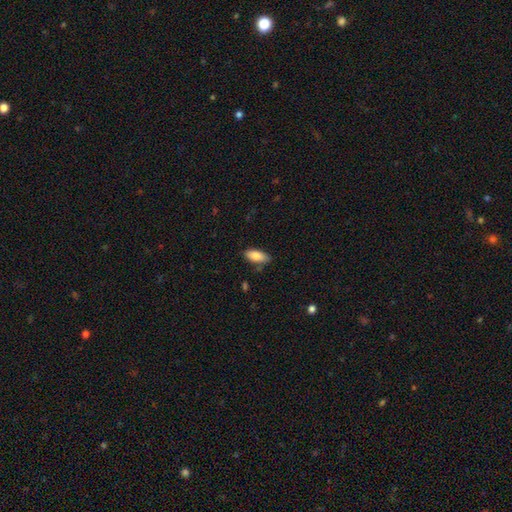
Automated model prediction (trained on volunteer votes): The model was most divided on "merging": none: 79%, minor disturbance: 16%, major disturbance: 3%, merger: 2%. More confident: how rounded — in between (87%); smooth or featured — smooth (81%).